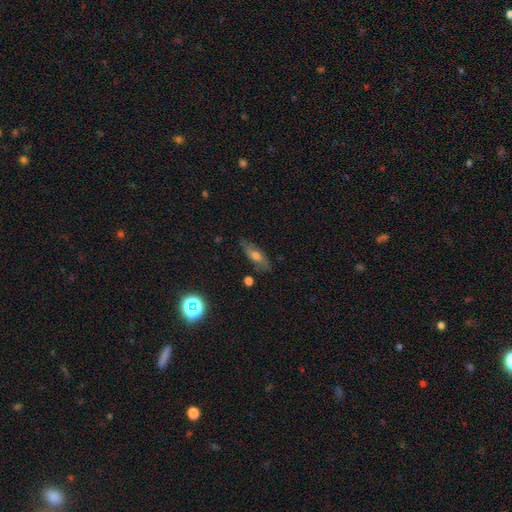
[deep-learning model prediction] Q: Smooth or featured?
A: smooth (52%); runner-up: featured or disk (37%)
Q: How rounded?
A: in between (62%); runner-up: cigar-shaped (32%)
Q: Merging?
A: none (76%); runner-up: minor disturbance (17%)